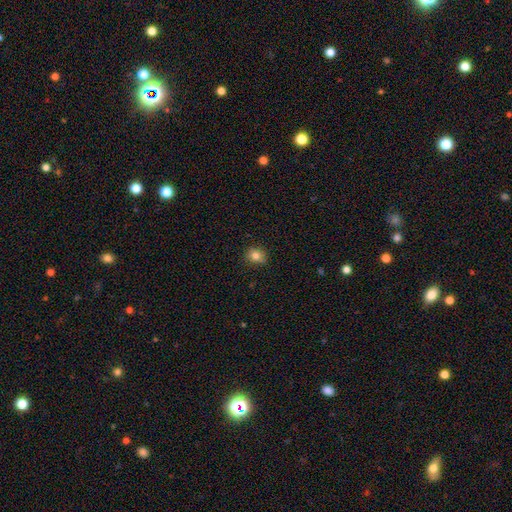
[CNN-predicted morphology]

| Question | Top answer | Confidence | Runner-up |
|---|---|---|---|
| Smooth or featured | smooth | 81% | star or artifact (11%) |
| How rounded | round | 72% | in between (27%) |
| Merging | none | 84% | minor disturbance (12%) |